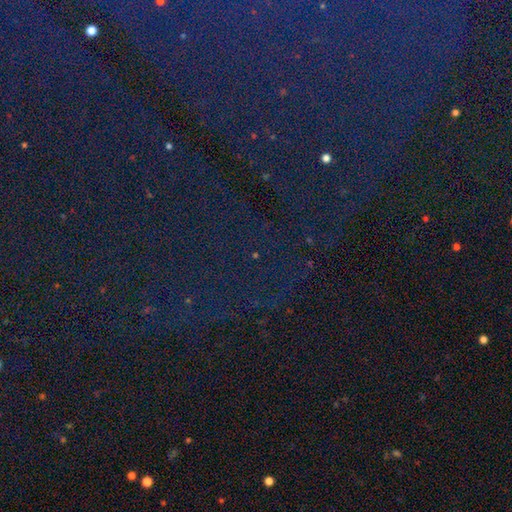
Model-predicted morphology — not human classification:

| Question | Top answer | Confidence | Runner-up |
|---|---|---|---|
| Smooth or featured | star or artifact | 86% | smooth (7%) |